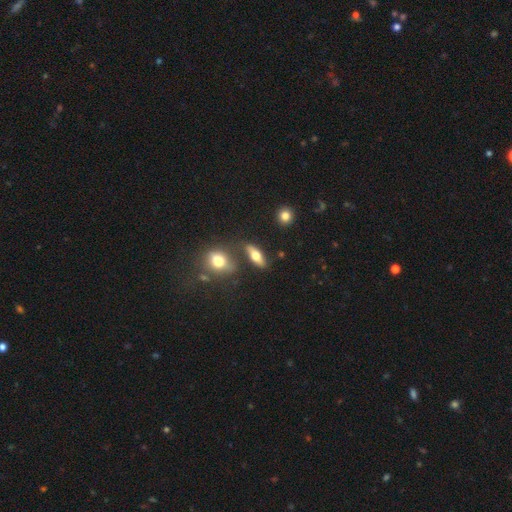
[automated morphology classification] This appears to be a smooth galaxy with no disk features (59%) that is in between round and cigar-shaped (61%). Merging: none (75%).